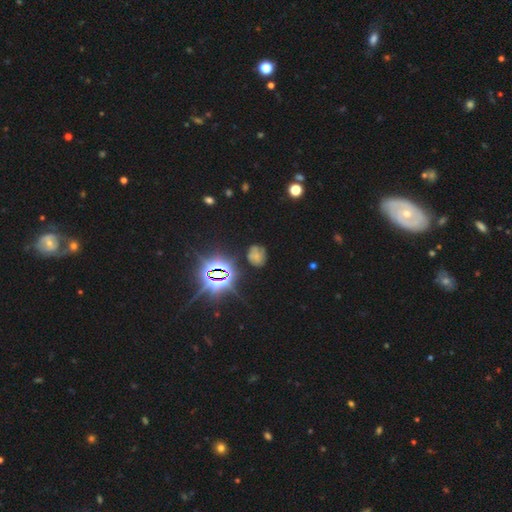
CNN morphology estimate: Smooth or featured? smooth (40%)
Merging? none (63%)